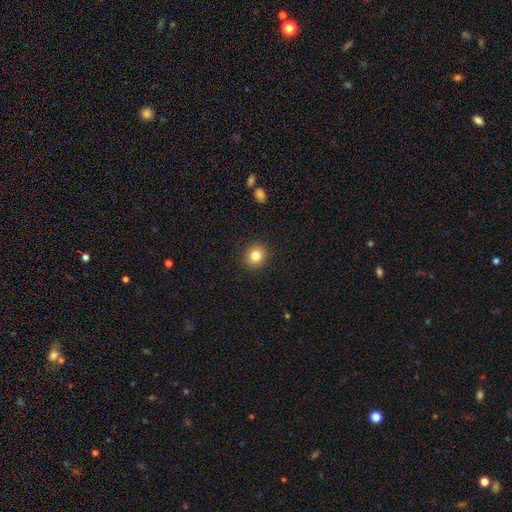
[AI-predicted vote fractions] Smooth or featured? smooth (82%)
How rounded? round (86%)
Merging? none (90%)